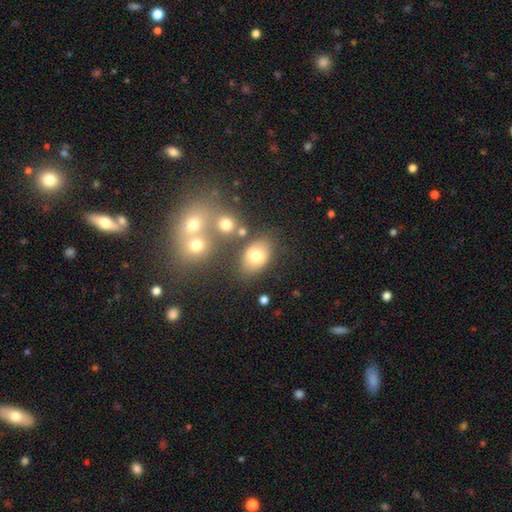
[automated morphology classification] The model was most divided on "how rounded": in between: 73%, round: 26%, cigar-shaped: 1%. More confident: smooth or featured — smooth (76%); merging — none (71%).